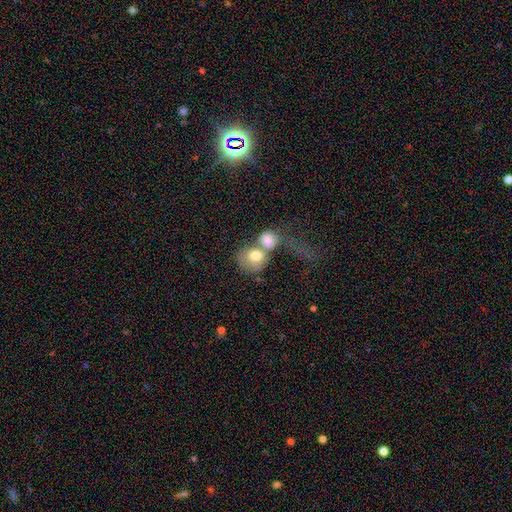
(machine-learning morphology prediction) This appears to be a smooth galaxy with no disk features (66%) that is round (55%). Merging: merger (69%).